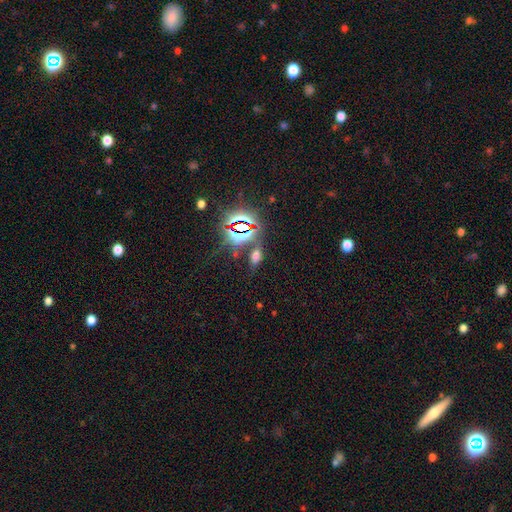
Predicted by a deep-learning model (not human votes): A smooth galaxy with no disk features (47%).

Vote fractions:
- Smooth or featured? smooth: 47% / star or artifact: 43% / featured or disk: 10%
- Merging? none: 67% / minor disturbance: 15% / merger: 10% / major disturbance: 8%